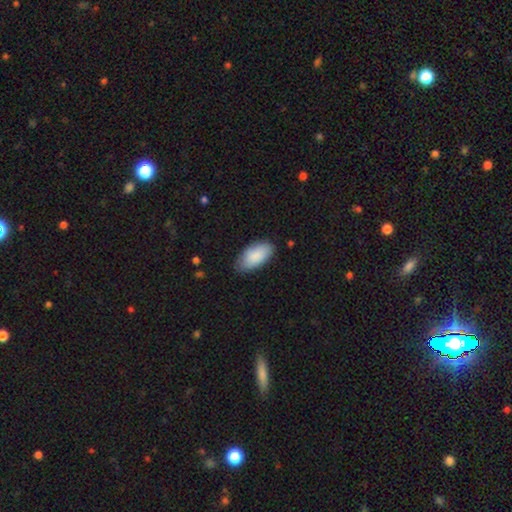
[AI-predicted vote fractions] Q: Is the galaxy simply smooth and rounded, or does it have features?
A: smooth — 87%.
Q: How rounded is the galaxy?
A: in between — 94%.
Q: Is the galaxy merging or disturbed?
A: none — 78%.